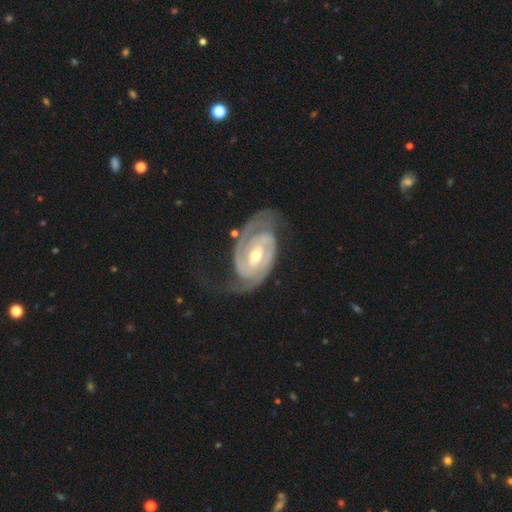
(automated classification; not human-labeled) smooth-or-featured: featured or disk: 93% | smooth: 4% | star or artifact: 4%
  disk-edge-on: no: 97% | yes: 3%
    bar: weak: 41% | strong: 40% | no: 20%
    has-spiral-arms: yes: 98% | no: 2%
      spiral-winding: tight: 55% | medium: 37% | loose: 8%
      spiral-arm-count: 2: 89% | 3: 3% | can't tell: 3% | 1: 2% | 4: 1% | more than 4: 1%
    bulge-size: moderate: 61% | small: 35% | large: 2% | none: 1% | dominant: 1%
  merging: none: 68% | minor disturbance: 17% | major disturbance: 12% | merger: 2%